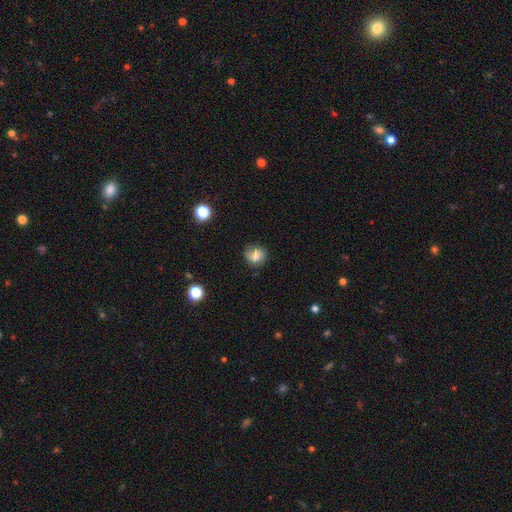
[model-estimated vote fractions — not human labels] Q: Smooth or featured?
A: smooth (72%); runner-up: featured or disk (17%)
Q: How rounded?
A: round (74%); runner-up: in between (25%)
Q: Merging?
A: none (72%); runner-up: minor disturbance (20%)